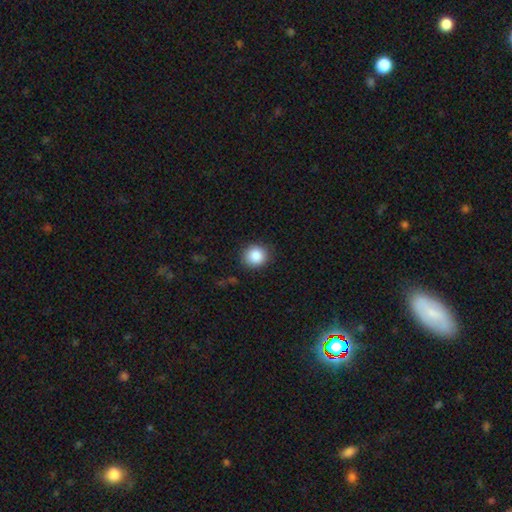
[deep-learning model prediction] This appears to be a smooth galaxy with no disk features (87%) that is round (89%). Merging: none (88%).